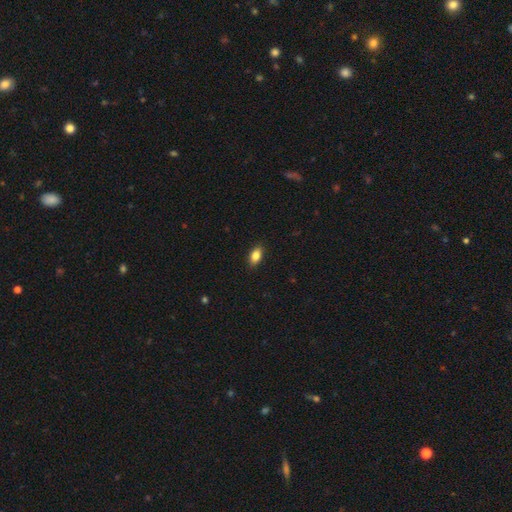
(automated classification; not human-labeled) Morphology: type=smooth (85%); roundness=in between (89%); merging=none (89%).